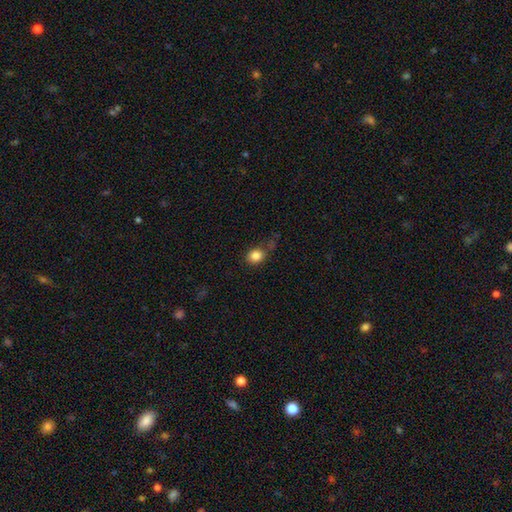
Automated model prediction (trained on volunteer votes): smooth_or_featured: smooth (p=0.85) [alt: star or artifact p=0.10]
how_rounded: round (p=0.64) [alt: in between p=0.35]
merging: none (p=0.70) [alt: minor disturbance p=0.18]